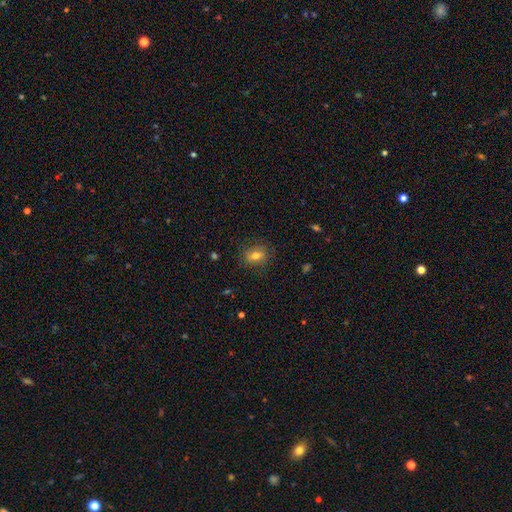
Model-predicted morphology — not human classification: This appears to be a smooth galaxy with no disk features (71%) that is in between round and cigar-shaped (59%). Merging: none (81%).